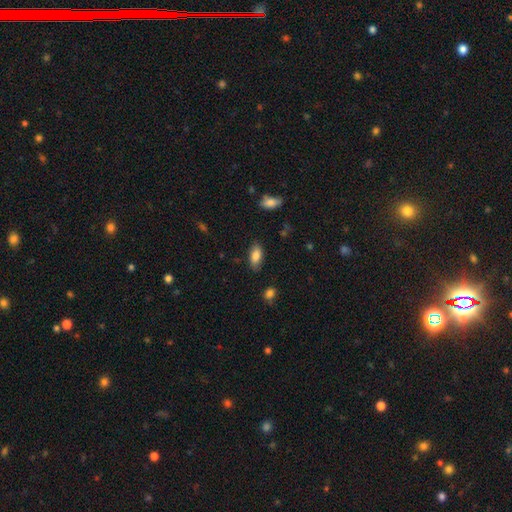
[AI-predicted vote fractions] smooth 83%, featured or disk 9%, star or artifact 7%. Down the decision tree: how rounded — in between (88%); merging — none (81%).